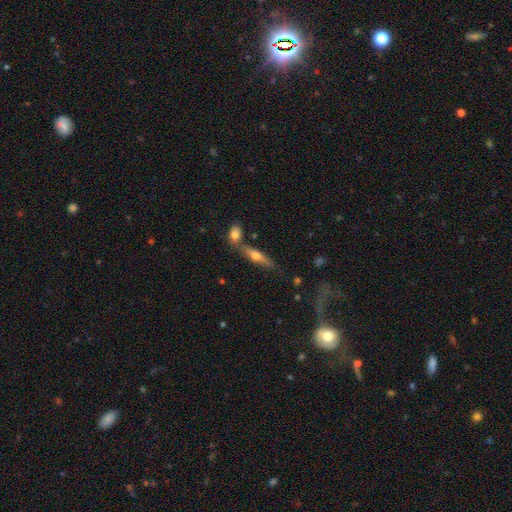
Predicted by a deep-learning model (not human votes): This appears to be a featured or disk galaxy (50%) viewed edge-on (90%). Merging: none (66%).